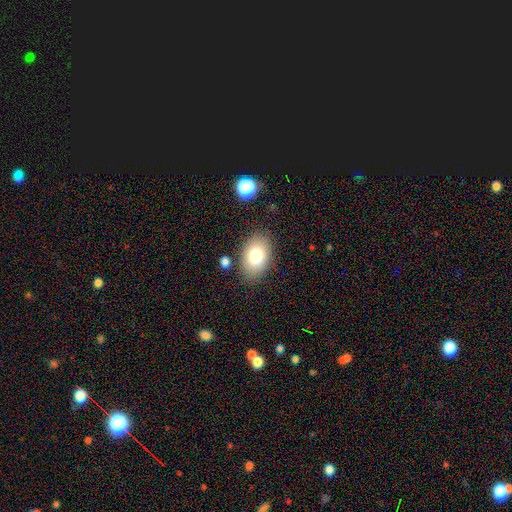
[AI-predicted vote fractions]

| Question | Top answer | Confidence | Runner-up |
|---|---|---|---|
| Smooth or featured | smooth | 79% | featured or disk (12%) |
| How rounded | in between | 88% | round (11%) |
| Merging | none | 83% | minor disturbance (11%) |